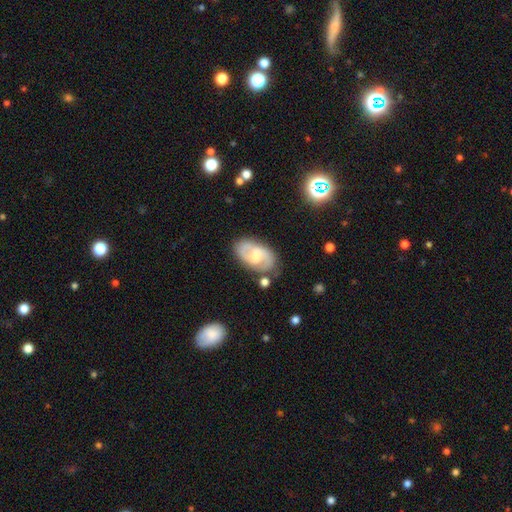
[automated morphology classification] A featured or disk galaxy (72%) with a weak bar (53%), 2 (85%) medium (52%) spiral arms (87%) and a moderate central bulge (60%).

Vote fractions:
- Smooth or featured? featured or disk: 72% / smooth: 22% / star or artifact: 6%
- Edge-on disk? no: 96% / yes: 4%
- Bar? weak: 53% / no: 32% / strong: 16%
- Spiral arms? yes: 87% / no: 13%
- Spiral winding? medium: 52% / tight: 26% / loose: 22%
- Spiral arm count? 2: 85% / can't tell: 9% / 1: 2% / 3: 1% / 4: 1% / more than 4: 1%
- Bulge size? moderate: 60% / small: 27% / large: 9% / none: 3% / dominant: 1%
- Merging? none: 75% / minor disturbance: 16% / major disturbance: 5% / merger: 4%